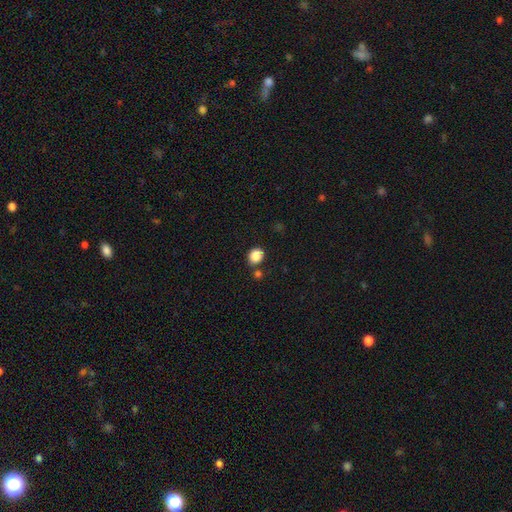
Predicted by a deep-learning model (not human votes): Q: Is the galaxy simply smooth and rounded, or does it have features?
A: smooth — 86%.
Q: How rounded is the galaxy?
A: round — 69%.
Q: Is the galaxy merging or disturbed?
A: none — 74%.